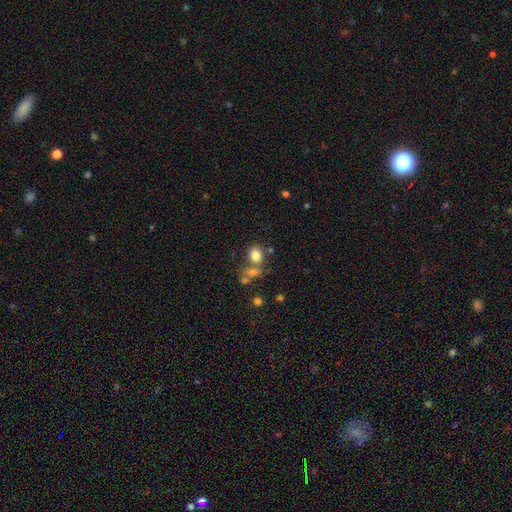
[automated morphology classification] smooth-or-featured: smooth: 80% | star or artifact: 12% | featured or disk: 8%
  how-rounded: round: 50% | in between: 49% | cigar-shaped: 1%
  merging: none: 58% | merger: 24% | minor disturbance: 13% | major disturbance: 6%